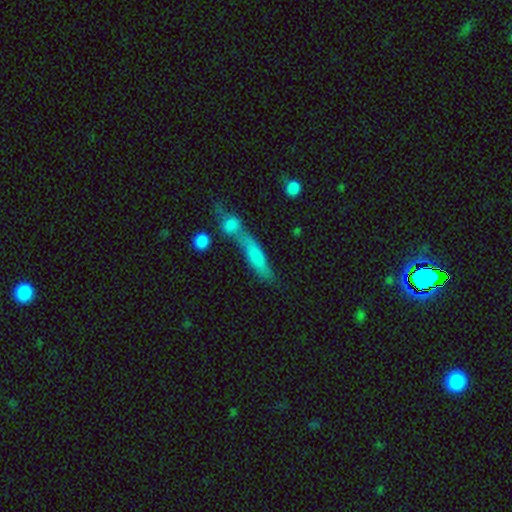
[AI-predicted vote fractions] A smooth galaxy with no disk features (66%) that is cigar-shaped (70%). Merging: merger (49%).